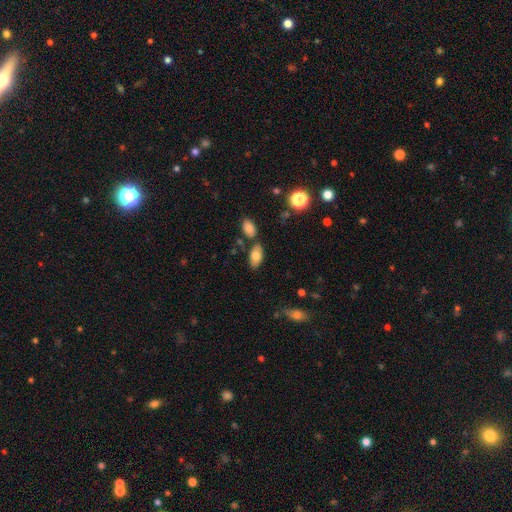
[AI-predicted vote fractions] A smooth galaxy with no disk features (76%) that is in between round and cigar-shaped (92%). Merging: none (74%).